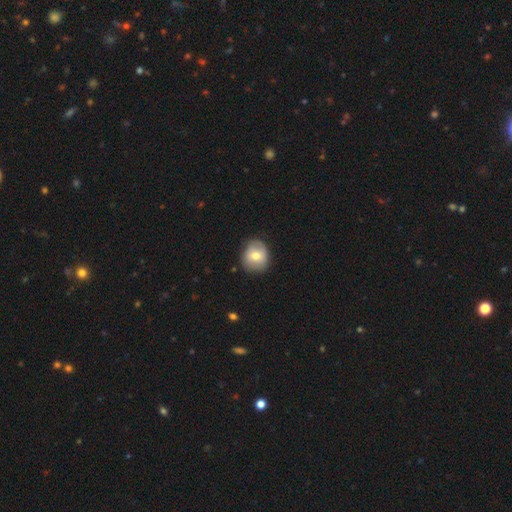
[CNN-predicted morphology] Smooth or featured: smooth — 68% (featured or disk — 24%)
How rounded: round — 79% (in between — 20%)
Merging: none — 82% (minor disturbance — 14%)